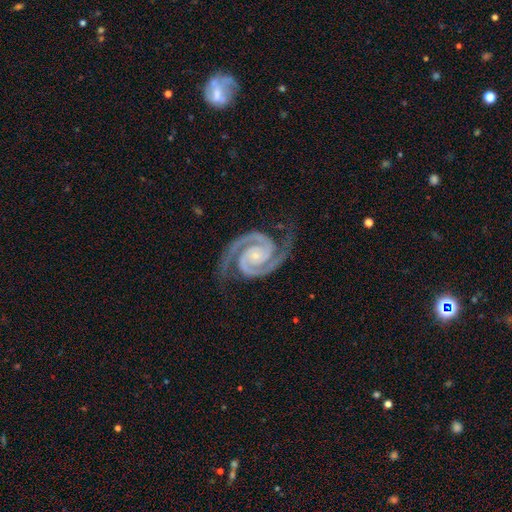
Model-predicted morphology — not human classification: featured or disk 95%, star or artifact 3%, smooth 2%. Down the decision tree: edge-on disk — no (98%); bar — no (67%); spiral arms — yes (99%); spiral arm count — 2 (94%); spiral winding — tight (61%); bulge size — small (76%); merging — none (81%).